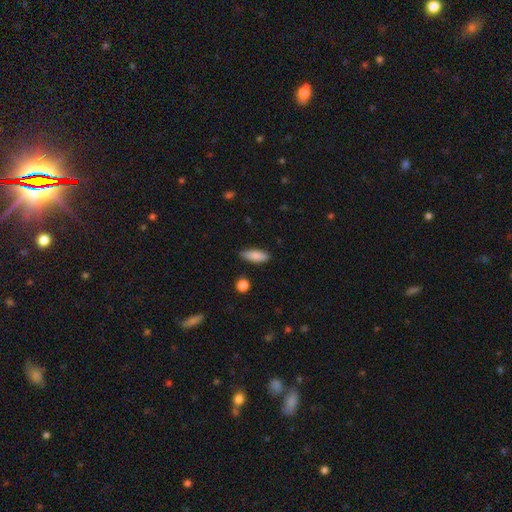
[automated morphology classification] Smooth or featured? Predicted: smooth (p=0.86). How rounded? Predicted: in between (p=0.66). Merging? Predicted: none (p=0.84).